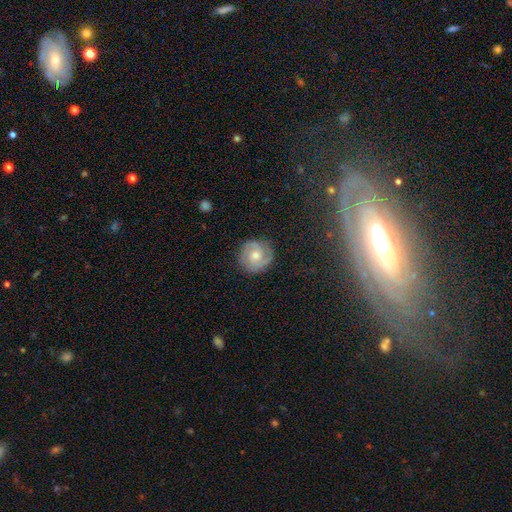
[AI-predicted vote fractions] A featured or disk galaxy (70%) with no bar (66%), 2 (69%) tight (52%) spiral arms (94%) and a moderate central bulge (62%). Merging: none (82%).